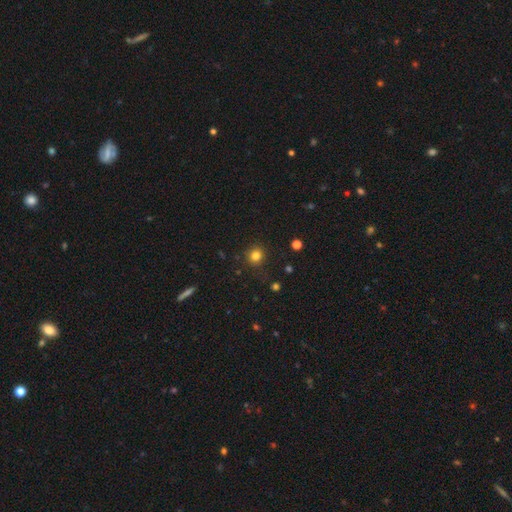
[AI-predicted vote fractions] A smooth galaxy with no disk features (81%) that is round (89%). Merging: none (87%).